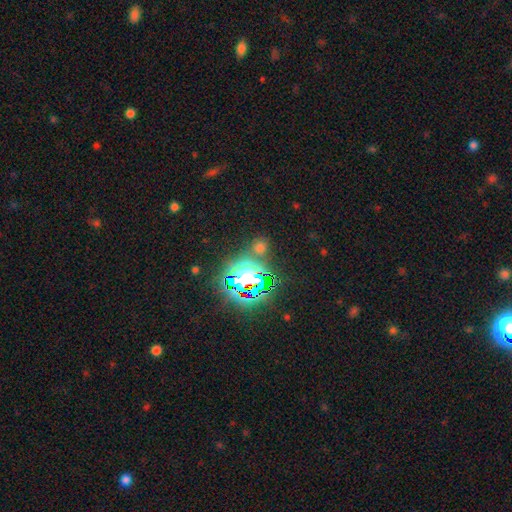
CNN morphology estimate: Smooth or featured? Predicted: star or artifact (p=0.77).